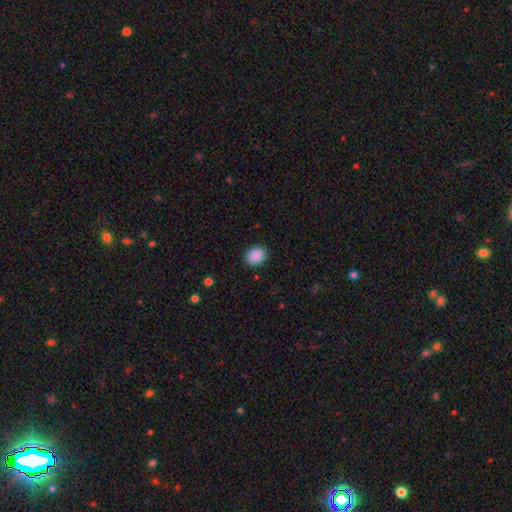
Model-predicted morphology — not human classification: Q: Smooth or featured?
A: smooth (89%); runner-up: star or artifact (8%)
Q: How rounded?
A: round (50%); tied with: in between (50%)
Q: Merging?
A: none (88%); runner-up: minor disturbance (9%)